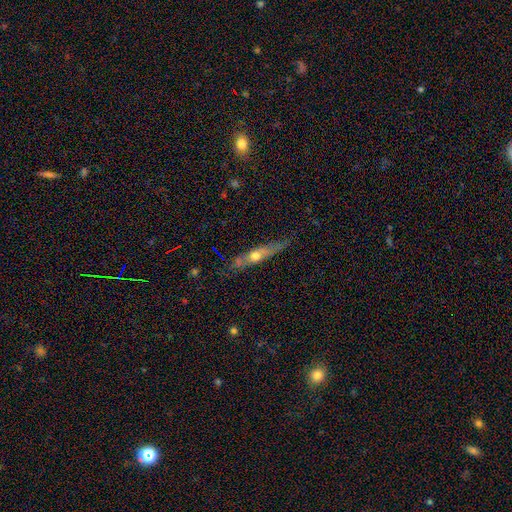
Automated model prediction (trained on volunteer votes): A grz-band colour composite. It shows a featured or disk galaxy (56%) viewed edge-on (78%). Merging: none (70%).